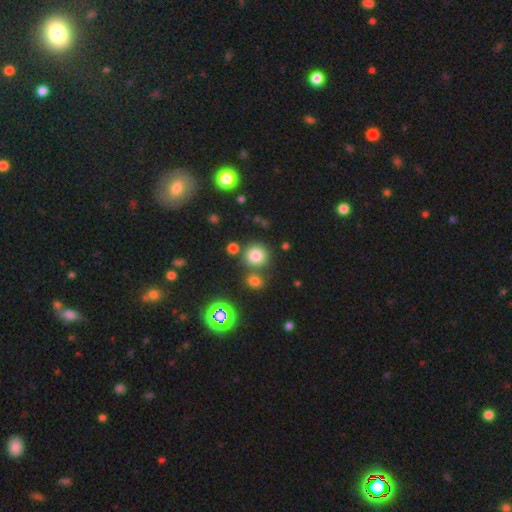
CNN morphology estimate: Q: Smooth or featured?
A: smooth (77%); runner-up: star or artifact (17%)
Q: How rounded?
A: round (90%); runner-up: in between (9%)
Q: Merging?
A: none (73%); runner-up: merger (14%)